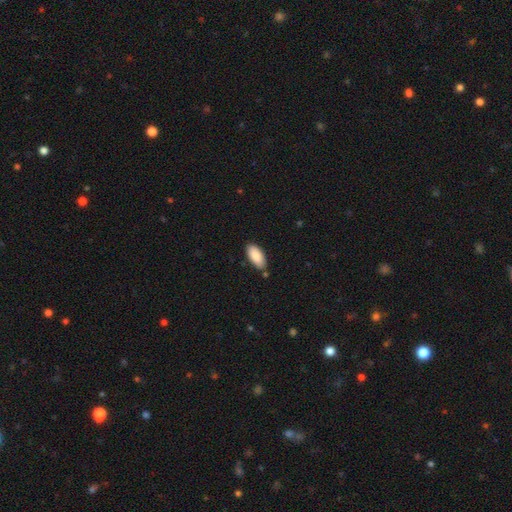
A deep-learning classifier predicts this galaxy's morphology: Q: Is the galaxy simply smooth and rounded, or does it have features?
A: smooth — 88%.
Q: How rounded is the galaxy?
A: in between — 91%.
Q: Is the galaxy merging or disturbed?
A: none — 80%.